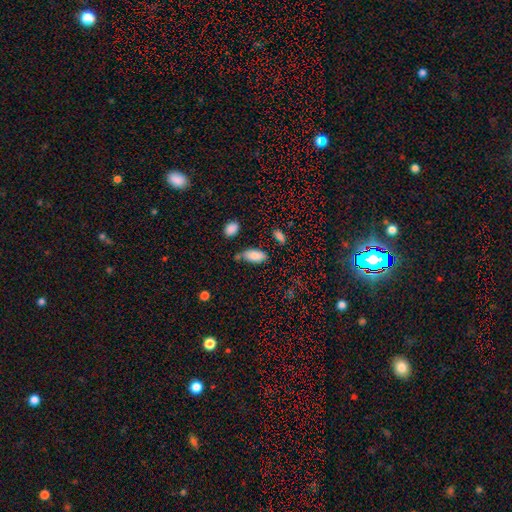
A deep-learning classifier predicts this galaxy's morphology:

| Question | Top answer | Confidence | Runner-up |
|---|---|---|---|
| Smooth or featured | smooth | 85% | star or artifact (8%) |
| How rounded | in between | 90% | cigar-shaped (8%) |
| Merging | none | 57% | minor disturbance (24%) |